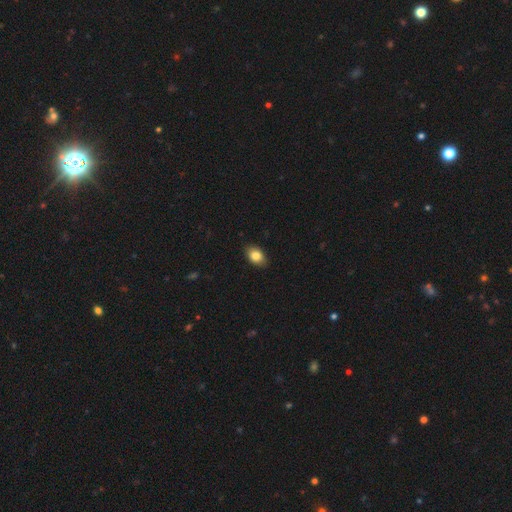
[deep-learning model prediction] A smooth galaxy with no disk features (84%) that is in between round and cigar-shaped (84%). Merging: none (87%).